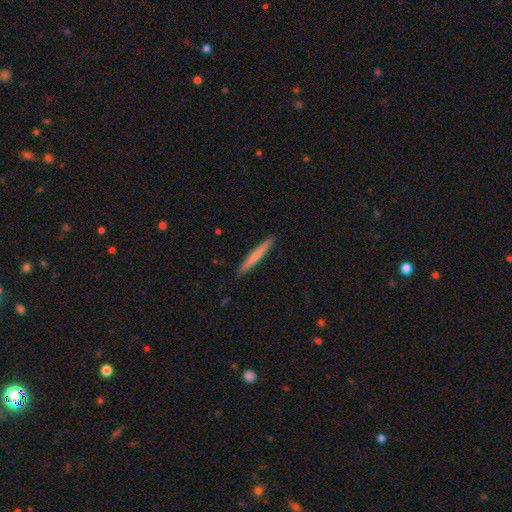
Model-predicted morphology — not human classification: Smooth or featured: smooth — 69% (featured or disk — 26%)
How rounded: cigar-shaped — 96% (in between — 3%)
Merging: none — 92% (minor disturbance — 5%)